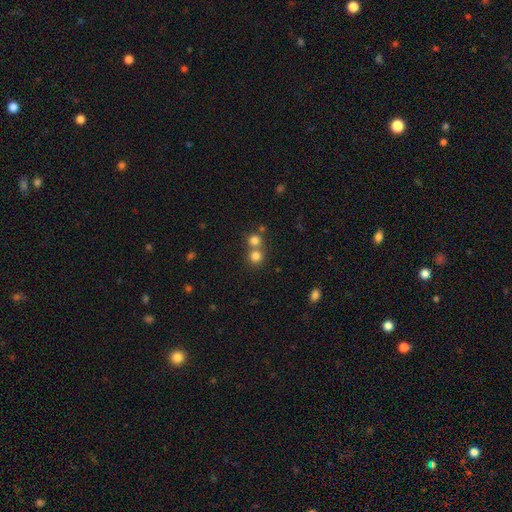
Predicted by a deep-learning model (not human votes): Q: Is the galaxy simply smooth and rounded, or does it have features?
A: smooth — 78%.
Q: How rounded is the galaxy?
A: round — 89%.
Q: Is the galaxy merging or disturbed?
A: none — 52%.